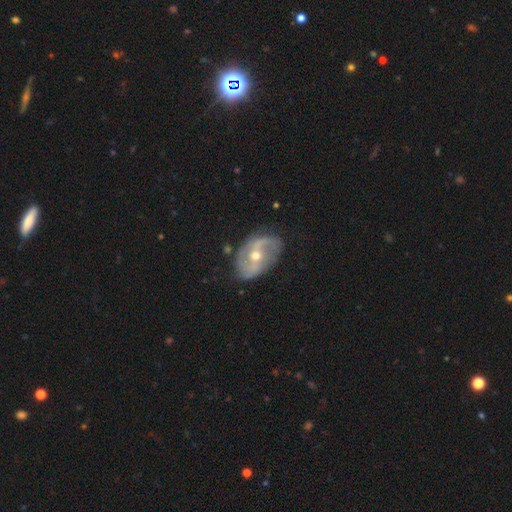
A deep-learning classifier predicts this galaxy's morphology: This appears to be a featured or disk galaxy (79%) with no bar (44%), 2 (78%) loose (46%) spiral arms (84%) and a moderate central bulge (58%). Merging: none (68%).